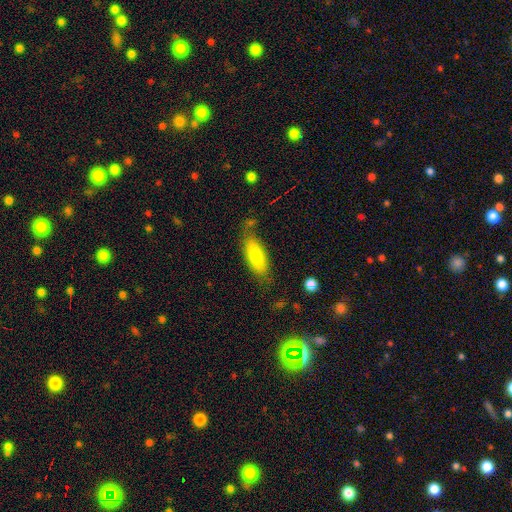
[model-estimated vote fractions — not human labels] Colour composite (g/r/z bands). It shows a smooth galaxy with no disk features (79%) that is in between round and cigar-shaped (73%). Merging: none (70%).